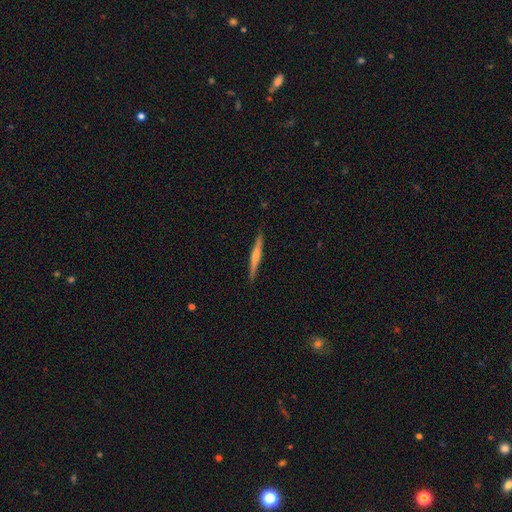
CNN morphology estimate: The model was most divided on "smooth or featured": featured or disk: 53%, smooth: 41%, star or artifact: 6%. More confident: edge-on disk — yes (97%); merging — none (91%); edge-on bulge — rounded (66%).